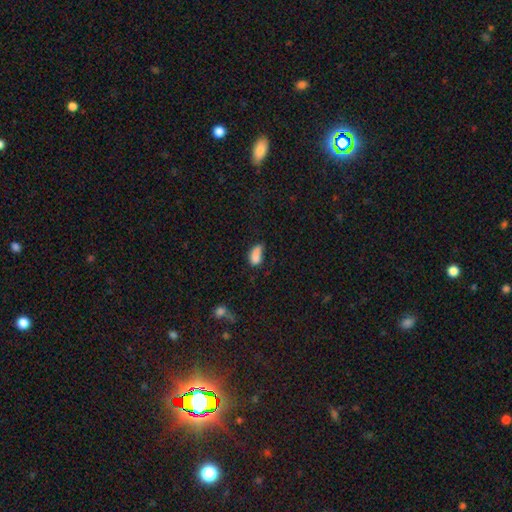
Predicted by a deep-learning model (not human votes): smooth_or_featured: smooth (p=0.81) [alt: star or artifact p=0.10]
how_rounded: in between (p=0.87) [alt: cigar-shaped p=0.07]
merging: none (p=0.35) [tied with: minor disturbance p=0.35]